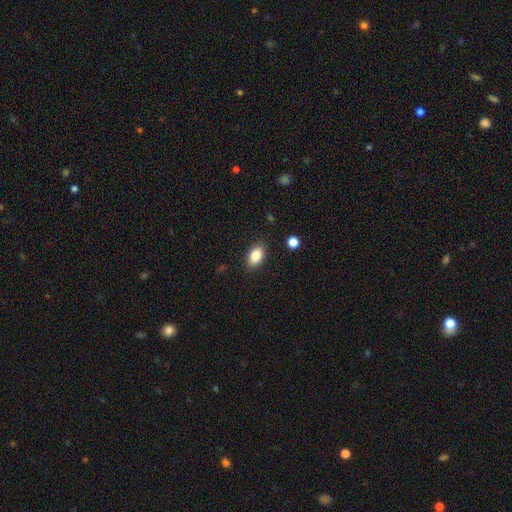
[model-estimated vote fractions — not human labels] This is clearly a smooth galaxy (83%). How rounded: clearly in between (89%). Merging: clearly none (87%).